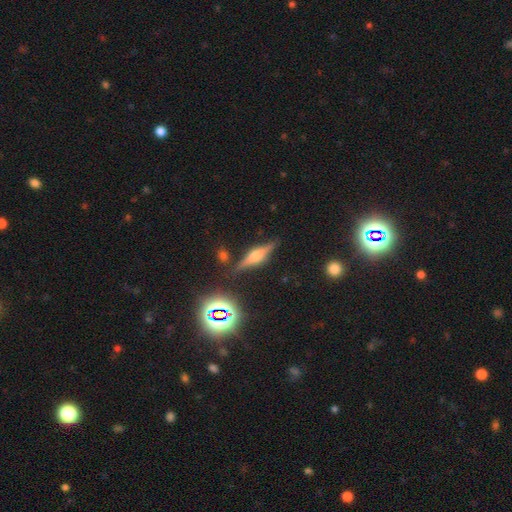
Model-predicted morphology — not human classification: featured or disk 69%, smooth 18%, star or artifact 13%. Down the decision tree: edge-on disk — yes (96%); edge-on bulge — rounded (88%); merging — none (83%).